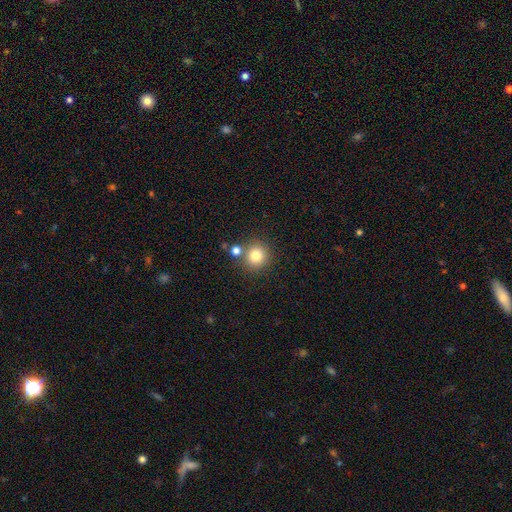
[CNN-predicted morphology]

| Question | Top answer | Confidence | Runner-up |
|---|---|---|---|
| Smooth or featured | smooth | 80% | star or artifact (13%) |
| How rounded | round | 92% | in between (7%) |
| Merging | none | 76% | merger (13%) |